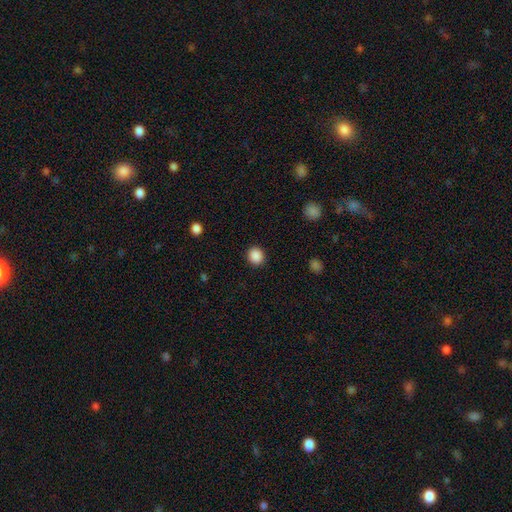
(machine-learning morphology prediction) The model was most divided on "how rounded": round: 81%, in between: 18%, cigar-shaped: 1%. More confident: merging — none (91%); smooth or featured — smooth (88%).